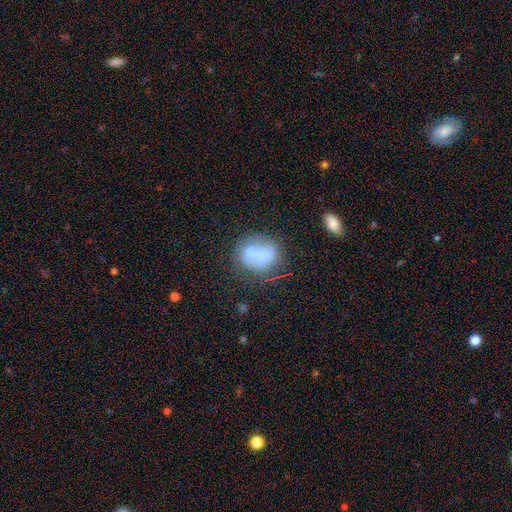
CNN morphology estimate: Q: Smooth or featured?
A: smooth (59%); runner-up: featured or disk (31%)
Q: How rounded?
A: in between (49%); runner-up: round (48%)
Q: Merging?
A: none (41%); runner-up: minor disturbance (23%)